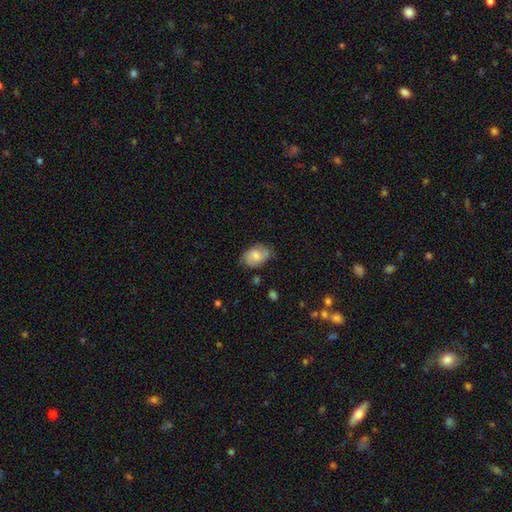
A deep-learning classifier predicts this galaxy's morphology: featured or disk 53%, smooth 40%, star or artifact 8%. Down the decision tree: edge-on disk — no (96%); bar — no (55%); spiral arms — yes (90%); bulge size — moderate (44%); merging — none (71%).